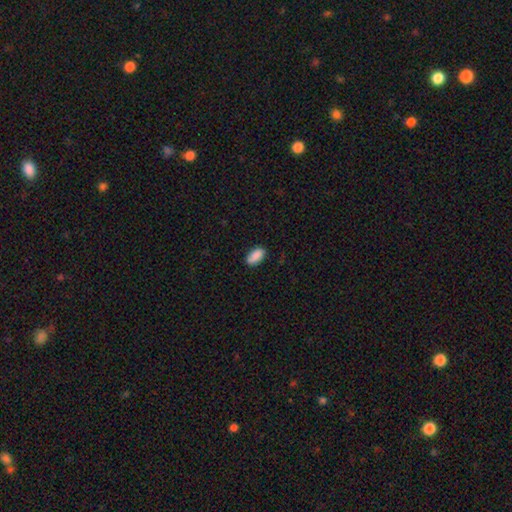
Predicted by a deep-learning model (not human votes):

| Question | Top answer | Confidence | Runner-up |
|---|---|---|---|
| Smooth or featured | smooth | 90% | star or artifact (7%) |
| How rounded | in between | 94% | round (3%) |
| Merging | none | 86% | minor disturbance (11%) |